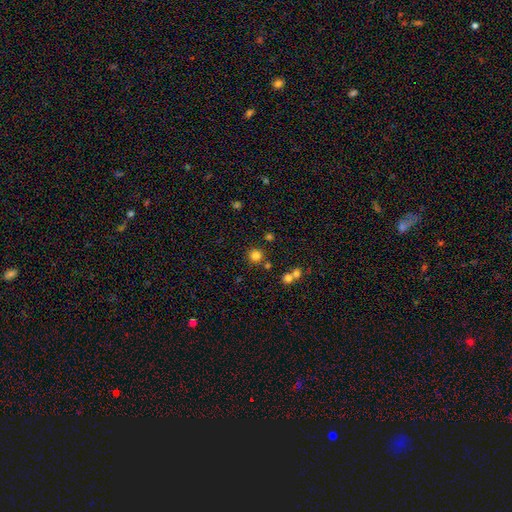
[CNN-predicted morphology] Smooth or featured?
  - smooth: 79% *
  - star or artifact: 16%
  - featured or disk: 6%
How rounded?
  - round: 94% *
  - in between: 5%
  - cigar-shaped: 1%
Merging?
  - none: 81% *
  - merger: 9%
  - minor disturbance: 7%
  - major disturbance: 3%